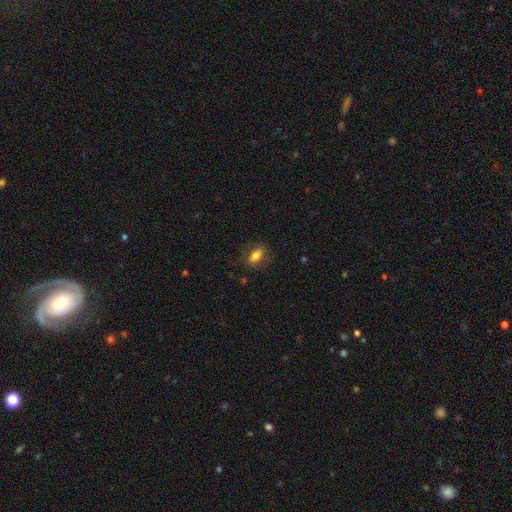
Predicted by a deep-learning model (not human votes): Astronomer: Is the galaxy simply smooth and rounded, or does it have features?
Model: smooth — 76%.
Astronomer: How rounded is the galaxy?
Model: in between — 80%.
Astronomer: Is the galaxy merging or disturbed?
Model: none — 82%.